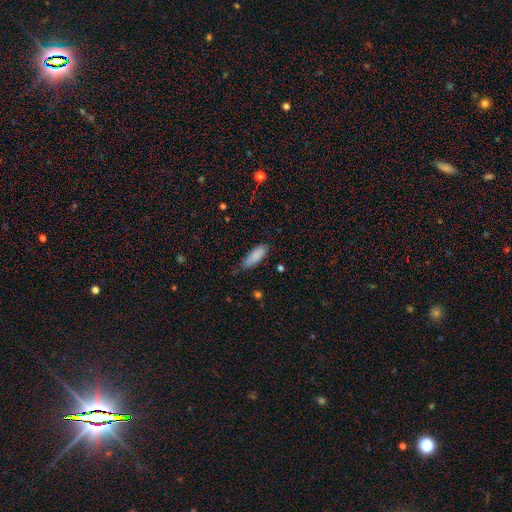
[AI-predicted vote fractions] Q: Smooth or featured?
A: smooth (86%); runner-up: featured or disk (7%)
Q: How rounded?
A: in between (66%); runner-up: cigar-shaped (32%)
Q: Merging?
A: none (66%); runner-up: minor disturbance (28%)